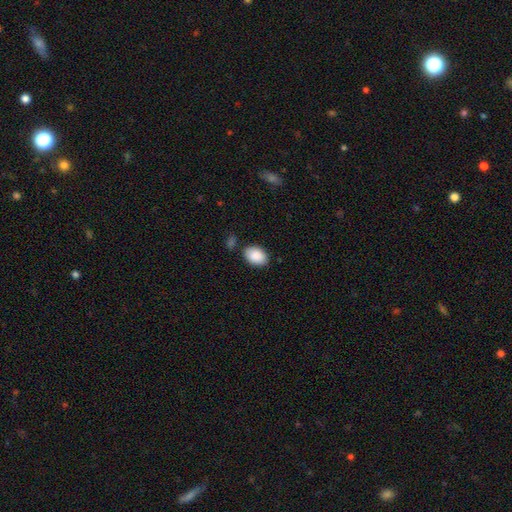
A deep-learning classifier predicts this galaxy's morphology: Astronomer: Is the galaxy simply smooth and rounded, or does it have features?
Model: smooth — 89%.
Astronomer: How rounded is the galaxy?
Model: in between — 87%.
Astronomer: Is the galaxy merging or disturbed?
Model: none — 79%.